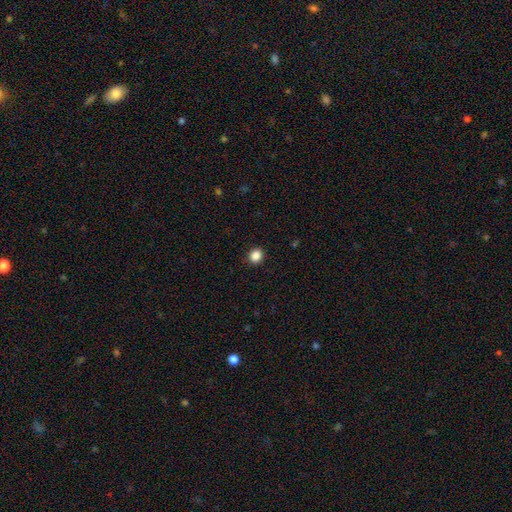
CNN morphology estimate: A smooth galaxy with no disk features (86%) that is round (81%). Merging: none (91%).